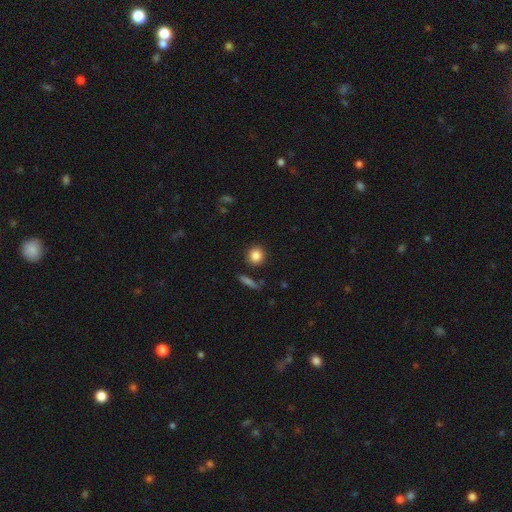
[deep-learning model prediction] smooth-or-featured: smooth: 85% | star or artifact: 9% | featured or disk: 6%
  how-rounded: round: 89% | in between: 10% | cigar-shaped: 2%
  merging: none: 88% | minor disturbance: 7% | merger: 3% | major disturbance: 2%